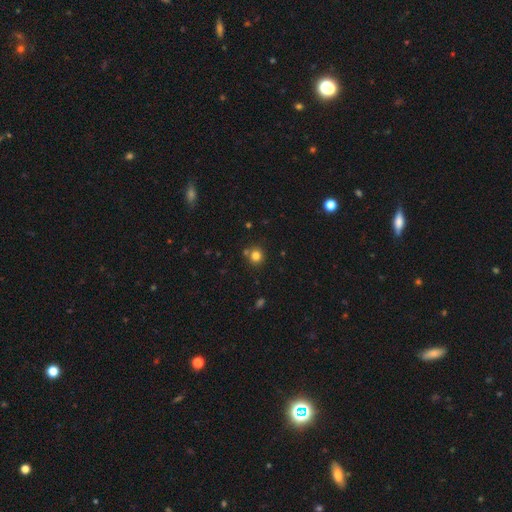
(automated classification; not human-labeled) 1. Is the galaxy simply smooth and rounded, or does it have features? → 80% smooth, 13% star or artifact, 6% featured or disk.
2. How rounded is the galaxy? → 91% round, 8% in between, 1% cigar-shaped.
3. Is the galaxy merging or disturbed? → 76% none, 12% merger, 9% minor disturbance, 3% major disturbance.